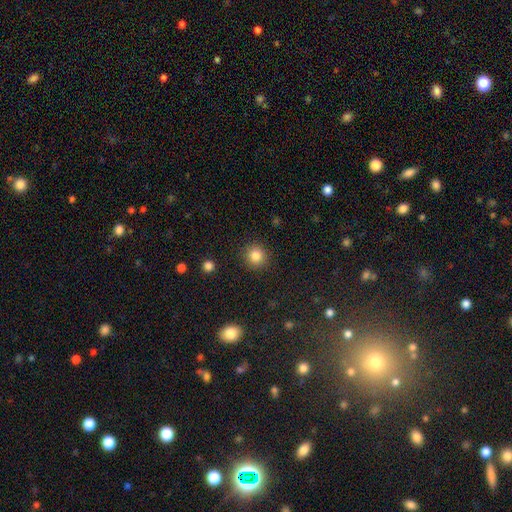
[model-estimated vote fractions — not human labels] Morphology: type=smooth (84%); roundness=round (92%); merging=none (91%).